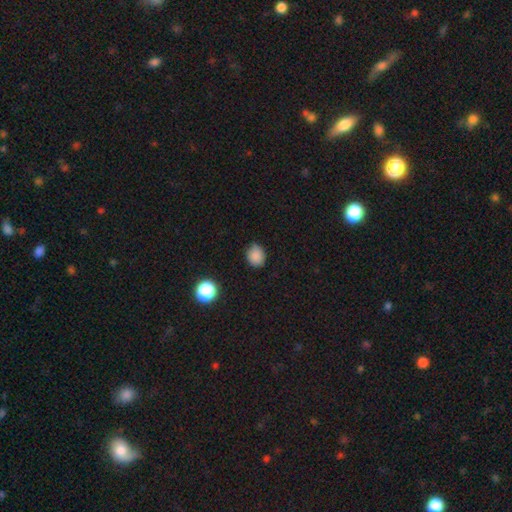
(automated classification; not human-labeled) Morphology: type=smooth (85%); roundness=round (60%); merging=none (77%).